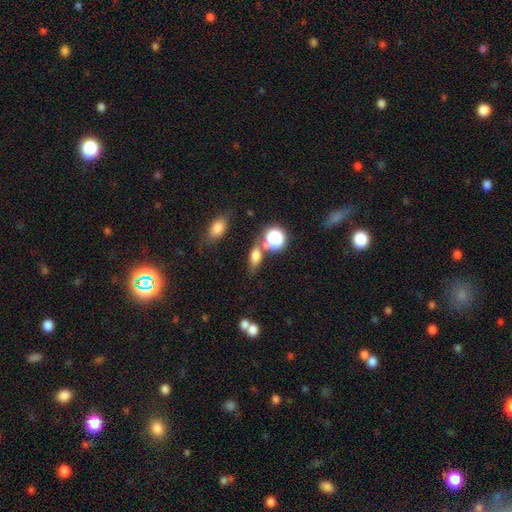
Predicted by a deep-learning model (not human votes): Smooth or featured?
  - smooth: 68% *
  - star or artifact: 19%
  - featured or disk: 13%
How rounded?
  - in between: 65% *
  - round: 21%
  - cigar-shaped: 14%
Merging?
  - none: 60% *
  - merger: 20%
  - minor disturbance: 14%
  - major disturbance: 6%